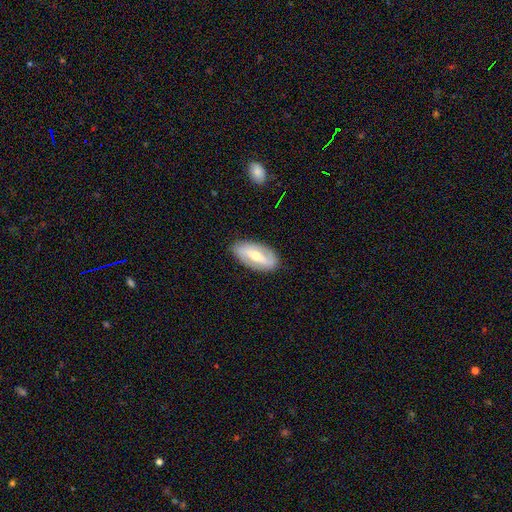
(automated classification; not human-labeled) Q: Smooth or featured?
A: featured or disk (64%); runner-up: smooth (31%)
Q: Edge-on disk?
A: no (87%); runner-up: yes (13%)
Q: Bar?
A: strong (45%); runner-up: weak (32%)
Q: Spiral arms?
A: yes (61%); runner-up: no (39%)
Q: Bulge size?
A: moderate (59%); runner-up: small (36%)
Q: Merging?
A: none (86%); runner-up: minor disturbance (11%)